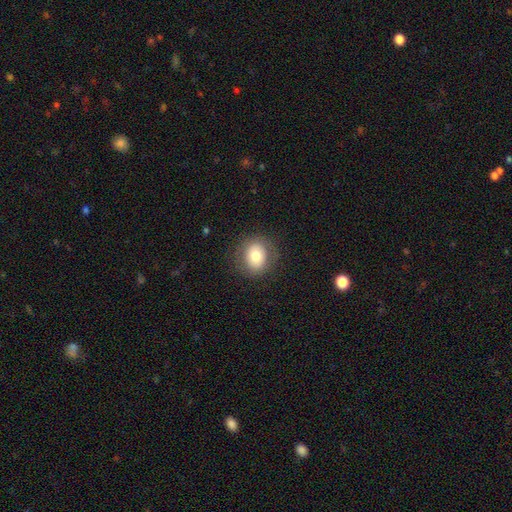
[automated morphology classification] smooth 74%, featured or disk 17%, star or artifact 9%. Down the decision tree: how rounded — round (71%); merging — none (85%).